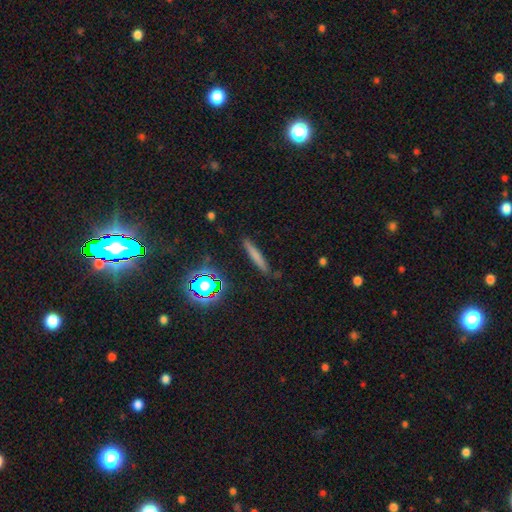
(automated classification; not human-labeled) Morphology: type=smooth (65%); roundness=cigar-shaped (92%); merging=none (85%).